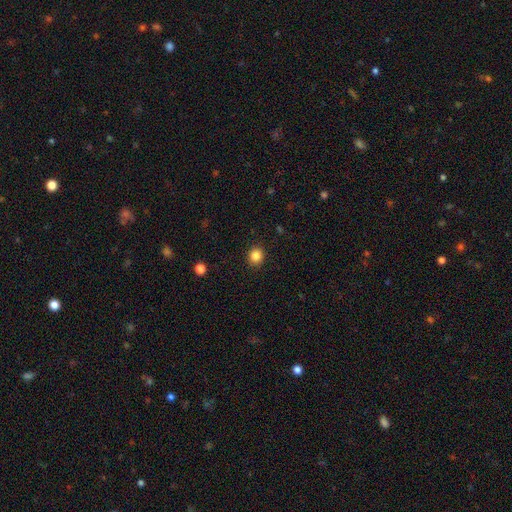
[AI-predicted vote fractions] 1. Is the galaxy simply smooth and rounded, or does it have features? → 85% smooth, 11% star or artifact, 4% featured or disk.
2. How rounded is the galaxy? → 81% round, 18% in between, 1% cigar-shaped.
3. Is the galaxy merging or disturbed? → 91% none, 6% minor disturbance, 2% major disturbance, 1% merger.